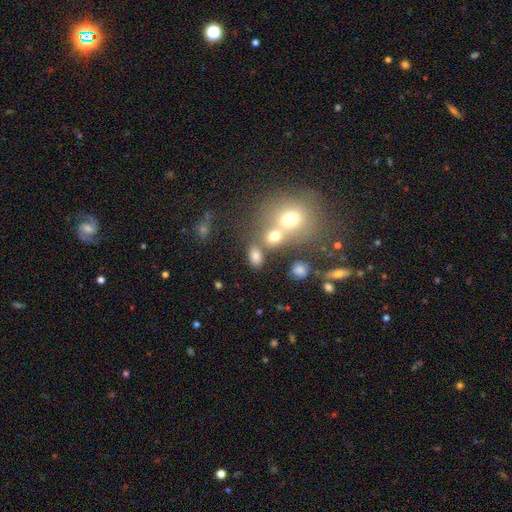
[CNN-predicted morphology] This appears to be a smooth galaxy with no disk features (74%) that is in between round and cigar-shaped (76%). Merging: none (60%).